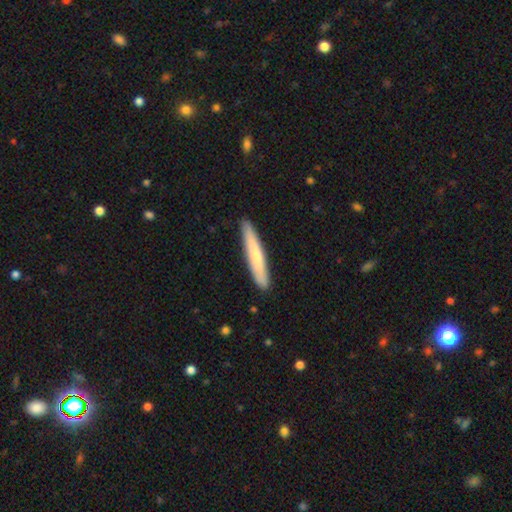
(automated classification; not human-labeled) Smooth or featured?
  - smooth: 66% *
  - featured or disk: 29%
  - star or artifact: 5%
How rounded?
  - cigar-shaped: 94% *
  - in between: 5%
  - round: 1%
Merging?
  - none: 89% *
  - minor disturbance: 8%
  - major disturbance: 1%
  - merger: 1%